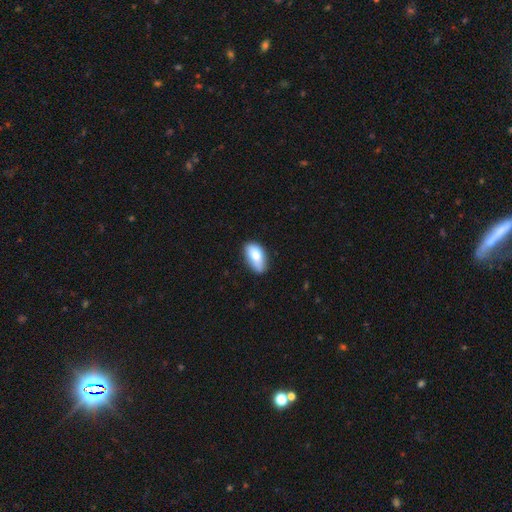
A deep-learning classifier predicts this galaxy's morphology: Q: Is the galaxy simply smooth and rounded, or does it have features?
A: smooth — 78%.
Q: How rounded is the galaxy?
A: in between — 92%.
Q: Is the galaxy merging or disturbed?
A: none — 65%.